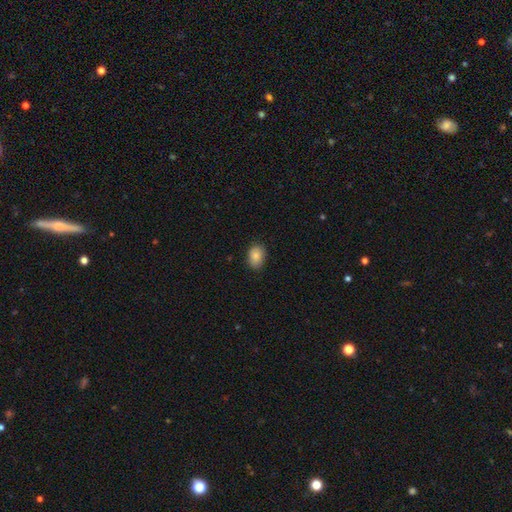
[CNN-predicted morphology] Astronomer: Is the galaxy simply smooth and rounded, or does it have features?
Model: smooth — 85%.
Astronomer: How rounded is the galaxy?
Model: in between — 78%.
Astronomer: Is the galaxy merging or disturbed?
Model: none — 83%.